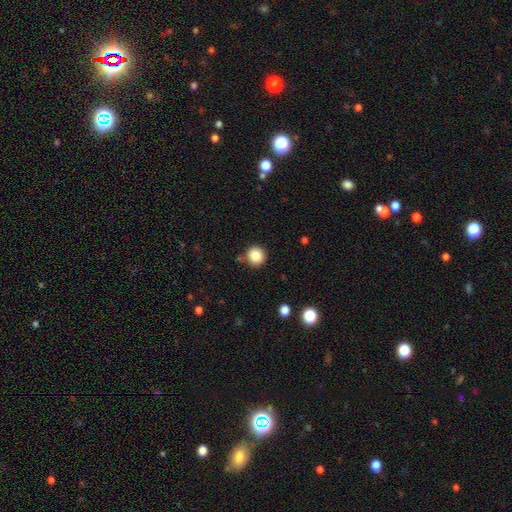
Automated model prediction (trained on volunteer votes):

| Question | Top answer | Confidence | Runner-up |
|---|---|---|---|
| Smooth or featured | smooth | 86% | star or artifact (10%) |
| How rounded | round | 94% | in between (5%) |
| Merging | none | 86% | minor disturbance (8%) |